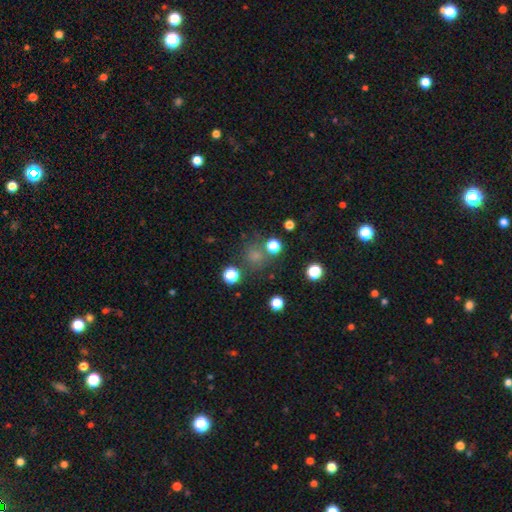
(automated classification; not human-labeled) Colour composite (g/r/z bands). It shows a smooth galaxy with no disk features (67%) that is round (87%). Merging: none (72%).